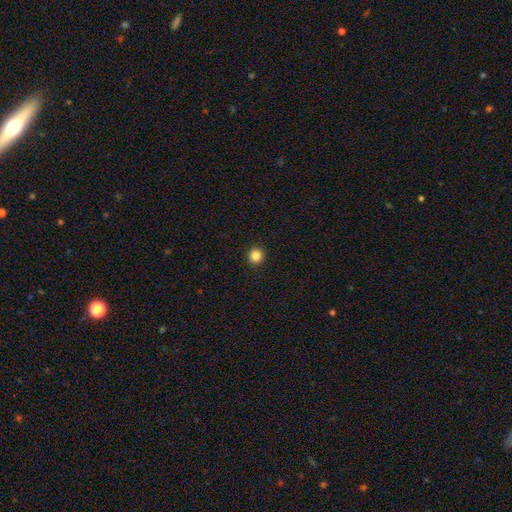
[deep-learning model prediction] smooth_or_featured: smooth (p=0.86) [alt: star or artifact p=0.11]
how_rounded: round (p=0.93) [alt: in between p=0.06]
merging: none (p=0.93) [alt: minor disturbance p=0.04]